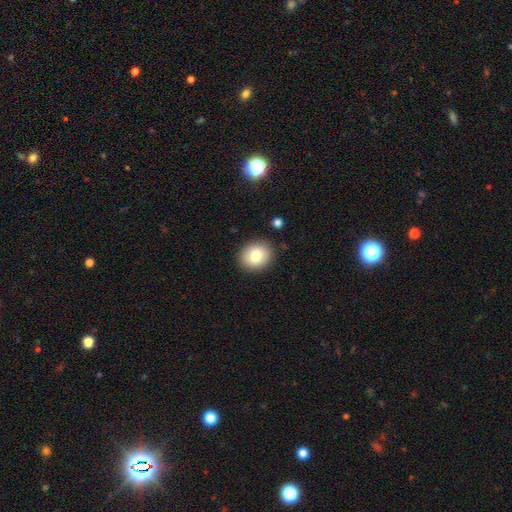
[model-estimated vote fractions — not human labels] smooth_or_featured: smooth (p=0.81) [alt: featured or disk p=0.10]
how_rounded: round (p=0.63) [alt: in between p=0.36]
merging: none (p=0.88) [alt: minor disturbance p=0.08]